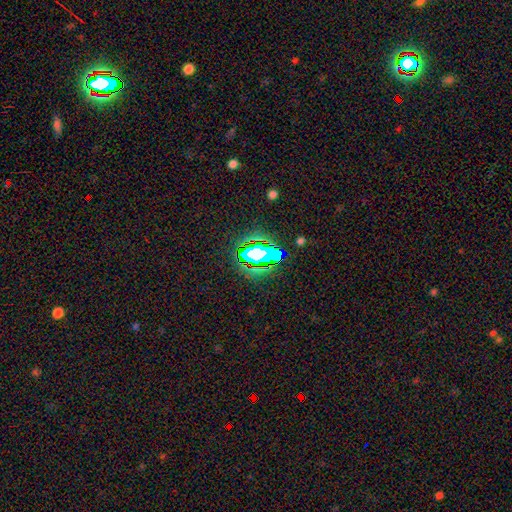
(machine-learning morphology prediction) Smooth or featured? star or artifact (60%)